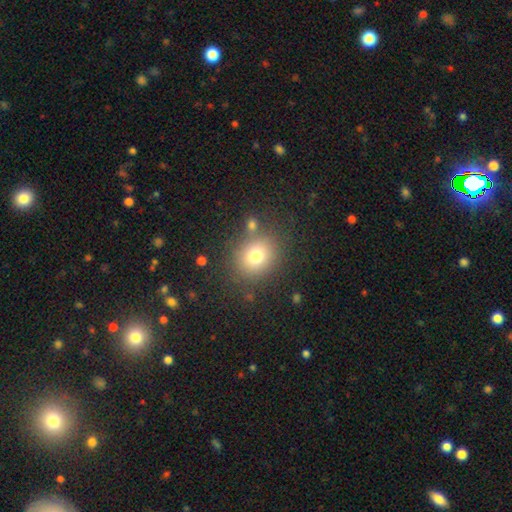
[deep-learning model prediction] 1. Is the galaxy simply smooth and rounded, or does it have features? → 75% smooth, 14% star or artifact, 11% featured or disk.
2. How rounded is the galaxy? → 73% round, 27% in between, 1% cigar-shaped.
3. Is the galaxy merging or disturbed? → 77% none, 11% minor disturbance, 7% merger, 5% major disturbance.